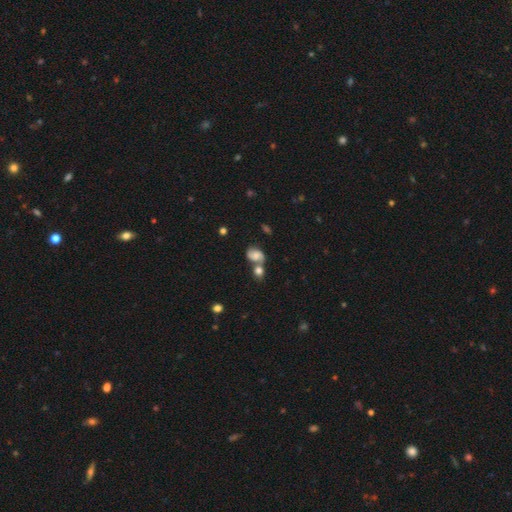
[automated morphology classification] smooth-or-featured: smooth: 45% | featured or disk: 44% | star or artifact: 11%
  merging: merger: 43% | none: 37% | minor disturbance: 14% | major disturbance: 7%